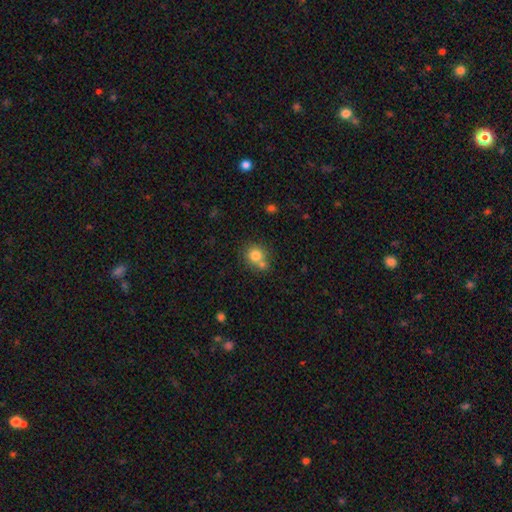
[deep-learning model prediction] Morphology: type=smooth (79%); roundness=round (82%); merging=none (50%).